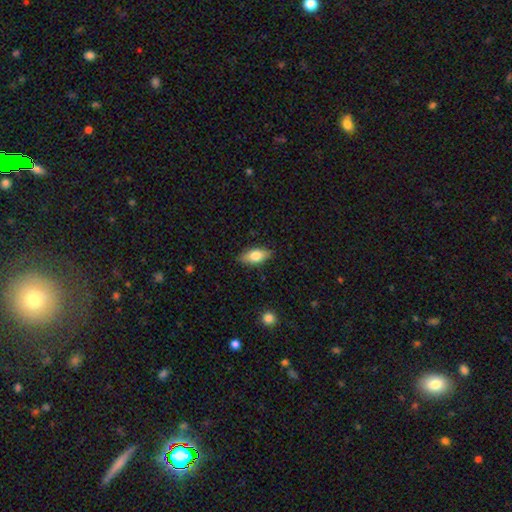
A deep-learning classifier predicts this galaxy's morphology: A smooth galaxy with no disk features (75%) that is in between round and cigar-shaped (86%).

Vote fractions:
- Smooth or featured? smooth: 75% / featured or disk: 18% / star or artifact: 7%
- How rounded? in between: 86% / cigar-shaped: 10% / round: 4%
- Merging? none: 86% / minor disturbance: 11% / major disturbance: 2% / merger: 1%